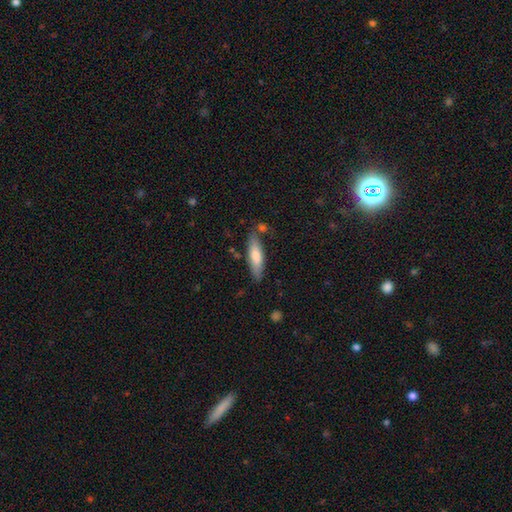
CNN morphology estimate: smooth 69%, featured or disk 26%, star or artifact 6%. Down the decision tree: how rounded — cigar-shaped (64%); merging — none (77%).